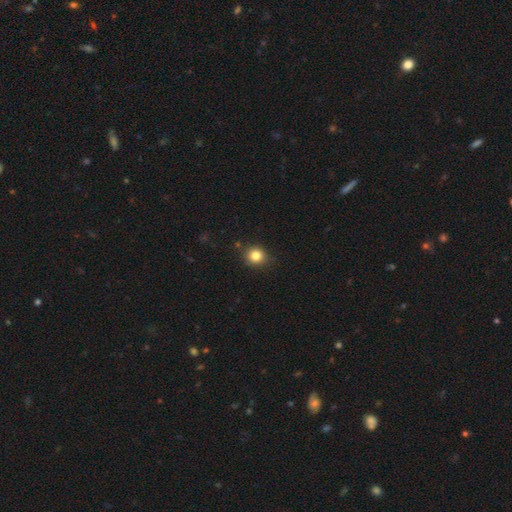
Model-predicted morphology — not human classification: A smooth galaxy with no disk features (83%) that is round (86%).

Vote fractions:
- Smooth or featured? smooth: 83% / star or artifact: 12% / featured or disk: 5%
- How rounded? round: 86% / in between: 13% / cigar-shaped: 1%
- Merging? none: 86% / minor disturbance: 10% / major disturbance: 2% / merger: 2%